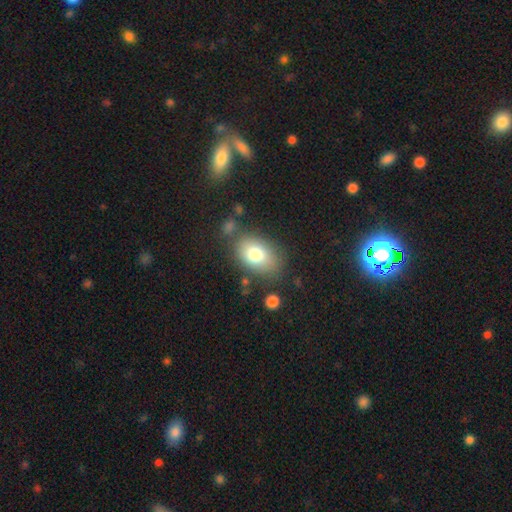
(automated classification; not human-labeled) This appears to be a smooth galaxy with no disk features (80%) that is in between round and cigar-shaped (85%). Merging: none (70%).